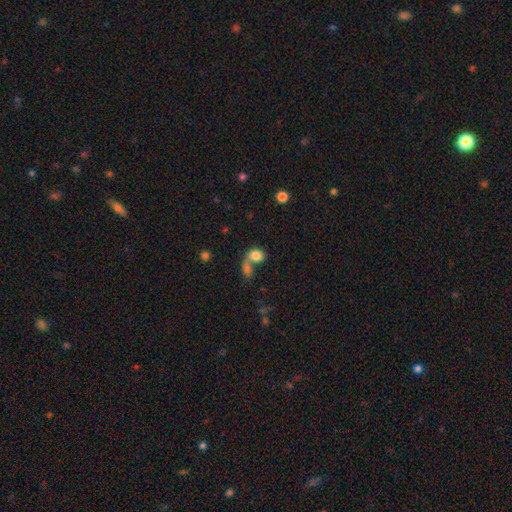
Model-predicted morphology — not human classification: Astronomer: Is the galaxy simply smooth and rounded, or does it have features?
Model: smooth — 81%.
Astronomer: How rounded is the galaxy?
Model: in between — 61% (runner-up: round, 38%).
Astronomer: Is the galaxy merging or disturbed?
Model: merger — 58%.